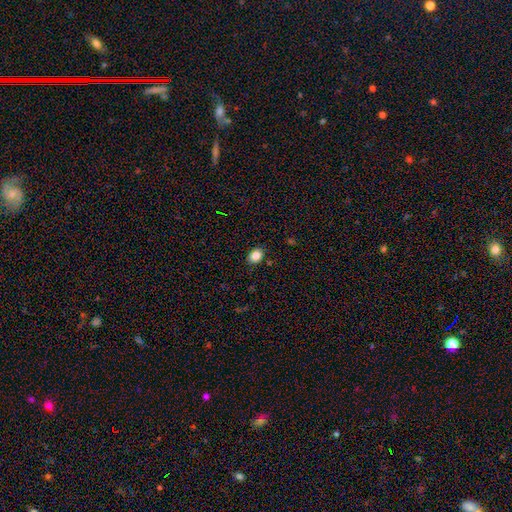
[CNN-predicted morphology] Overall: smooth (85%). How rounded: in between (60%; round 39%). Merging: none (88%).